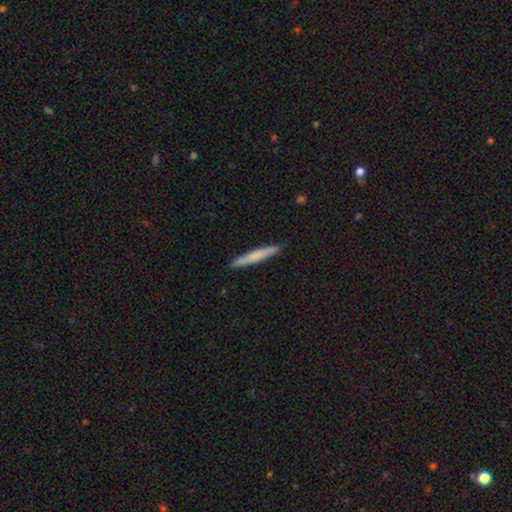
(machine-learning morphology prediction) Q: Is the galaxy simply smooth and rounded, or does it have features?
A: smooth — 69%.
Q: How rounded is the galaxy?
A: cigar-shaped — 96%.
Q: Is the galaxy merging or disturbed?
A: none — 90%.